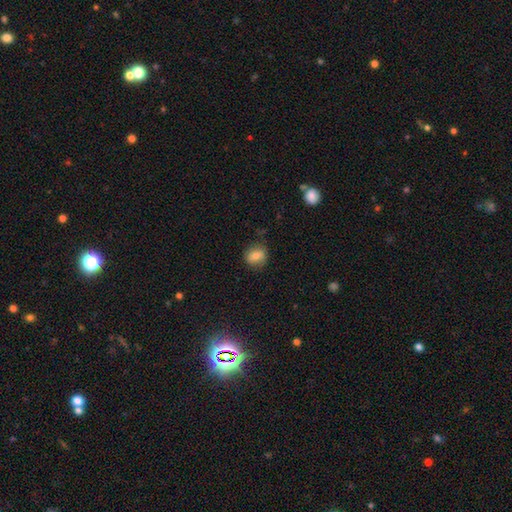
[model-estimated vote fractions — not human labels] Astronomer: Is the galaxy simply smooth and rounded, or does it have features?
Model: smooth — 78%.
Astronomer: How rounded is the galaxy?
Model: round — 71%.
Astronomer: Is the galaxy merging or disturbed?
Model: none — 80%.